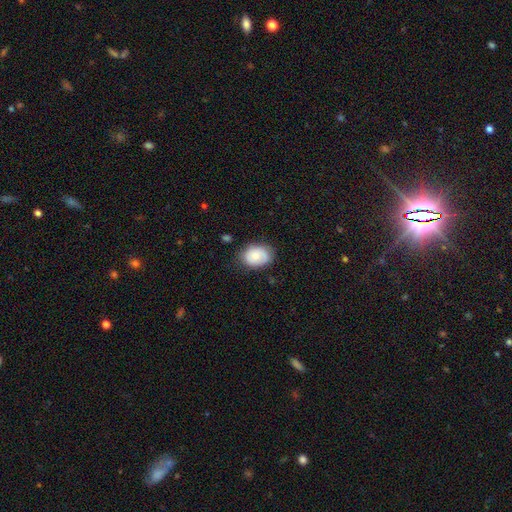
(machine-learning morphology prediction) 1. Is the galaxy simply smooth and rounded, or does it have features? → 72% smooth, 21% featured or disk, 7% star or artifact.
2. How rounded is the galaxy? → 70% in between, 29% round, 1% cigar-shaped.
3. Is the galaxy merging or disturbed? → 74% none, 20% minor disturbance, 5% major disturbance, 1% merger.